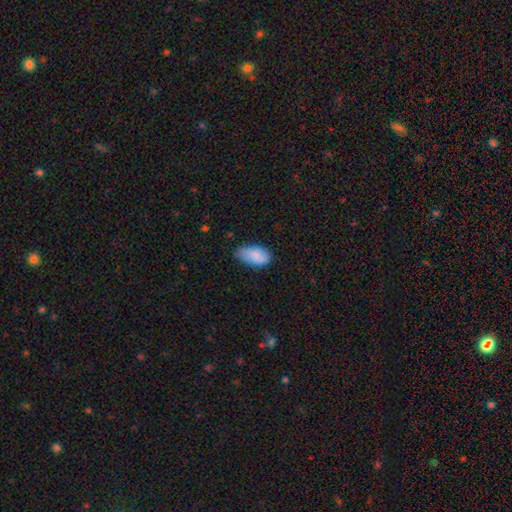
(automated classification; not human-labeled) Q: Smooth or featured?
A: smooth (80%); runner-up: featured or disk (14%)
Q: How rounded?
A: in between (94%); runner-up: round (4%)
Q: Merging?
A: none (50%); runner-up: minor disturbance (40%)